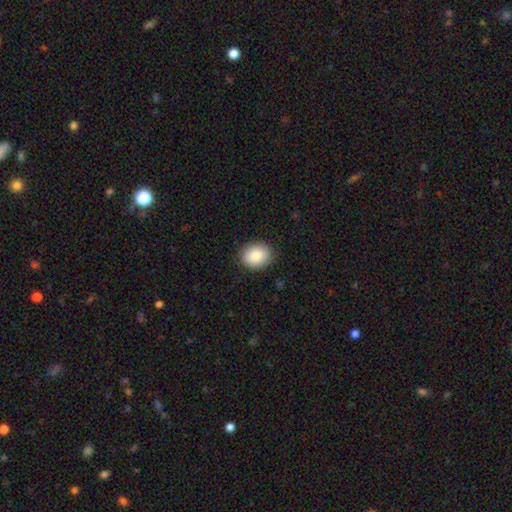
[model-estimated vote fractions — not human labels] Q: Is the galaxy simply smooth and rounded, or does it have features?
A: smooth — 85%.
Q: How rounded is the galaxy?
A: round — 51%.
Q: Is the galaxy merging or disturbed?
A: none — 87%.